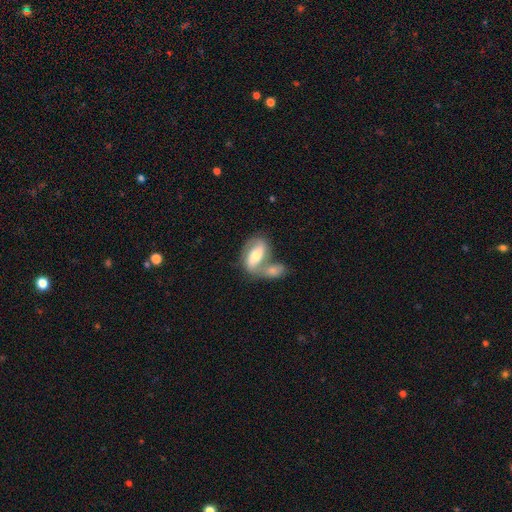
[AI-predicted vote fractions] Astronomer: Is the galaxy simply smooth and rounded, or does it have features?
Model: featured or disk — 57% (runner-up: smooth, 37%).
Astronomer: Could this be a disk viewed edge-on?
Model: no — 92%.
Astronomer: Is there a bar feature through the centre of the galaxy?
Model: weak — 35% (runner-up: no, 34%).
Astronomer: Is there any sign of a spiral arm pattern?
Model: yes — 74%.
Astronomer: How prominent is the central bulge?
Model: moderate — 65%.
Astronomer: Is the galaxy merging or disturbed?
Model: merger — 55%.